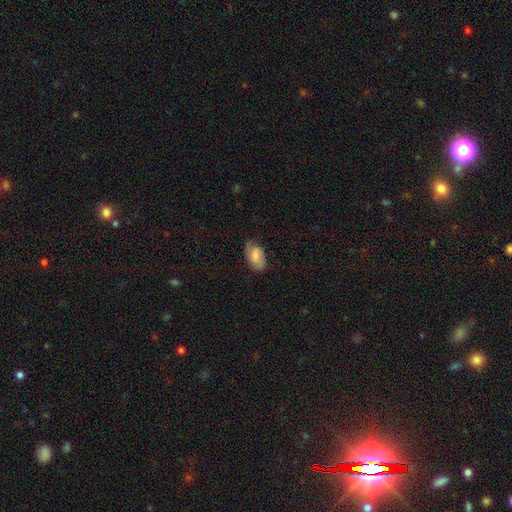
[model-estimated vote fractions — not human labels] The model was most divided on "smooth or featured": smooth: 53%, featured or disk: 40%, star or artifact: 7%. More confident: how rounded — in between (92%); merging — none (62%).